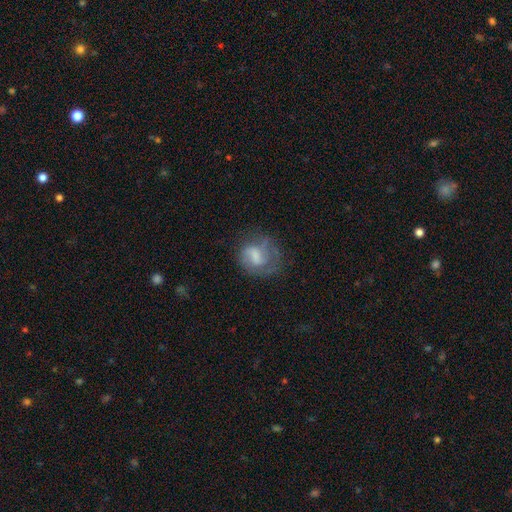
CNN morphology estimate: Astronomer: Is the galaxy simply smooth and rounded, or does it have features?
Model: featured or disk — 48% (runner-up: smooth, 44%).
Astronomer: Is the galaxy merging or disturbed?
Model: none — 47% (runner-up: major disturbance, 26%).